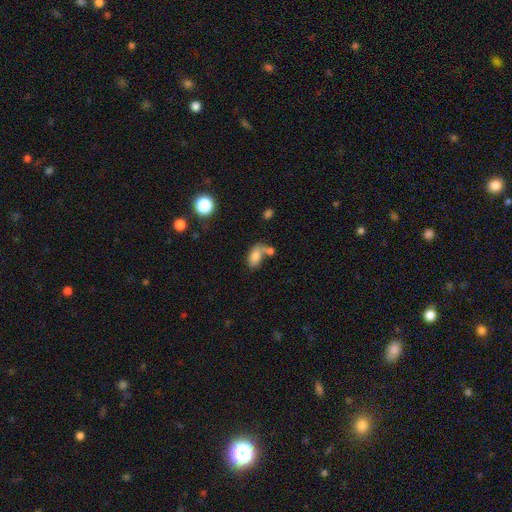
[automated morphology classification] smooth-or-featured: smooth: 76% | featured or disk: 13% | star or artifact: 10%
  how-rounded: in between: 88% | round: 10% | cigar-shaped: 2%
  merging: merger: 43% | none: 30% | minor disturbance: 15% | major disturbance: 12%